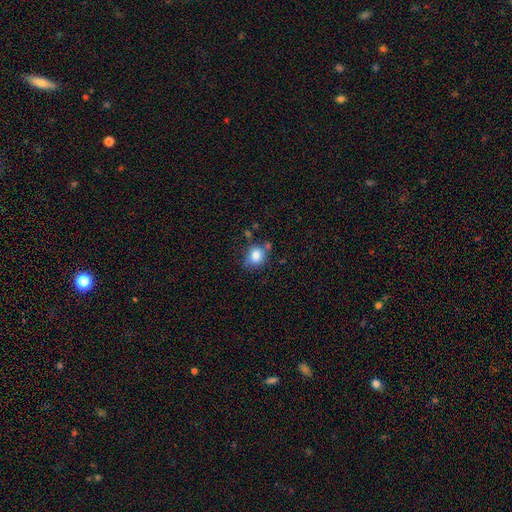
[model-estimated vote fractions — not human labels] smooth 80%, star or artifact 10%, featured or disk 9%. Down the decision tree: how rounded — round (72%); merging — none (66%).